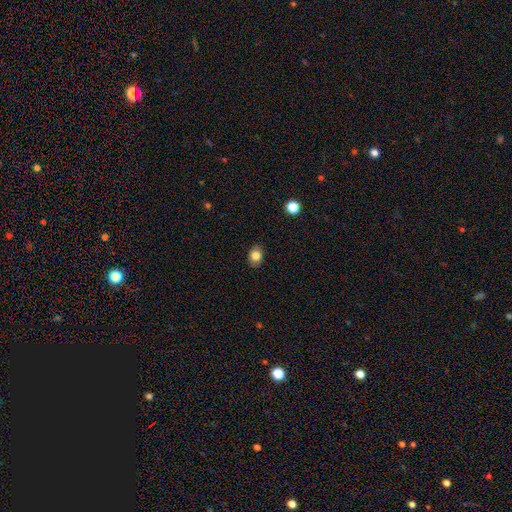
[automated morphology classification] smooth_or_featured: smooth (p=0.83) [alt: star or artifact p=0.10]
how_rounded: in between (p=0.59) [alt: round p=0.40]
merging: none (p=0.86) [alt: minor disturbance p=0.11]